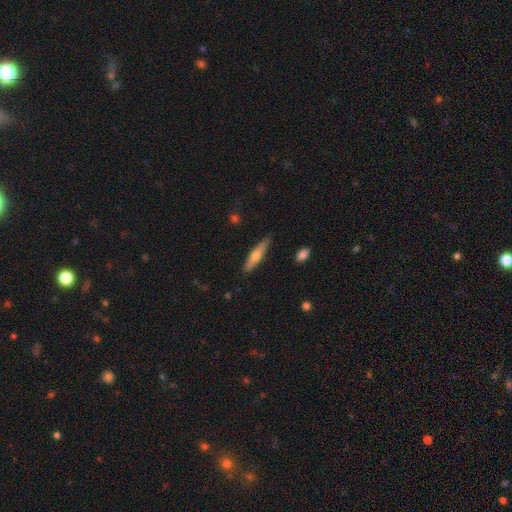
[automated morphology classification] Q: Smooth or featured?
A: smooth (52%); runner-up: featured or disk (42%)
Q: How rounded?
A: cigar-shaped (83%); runner-up: in between (15%)
Q: Merging?
A: none (87%); runner-up: minor disturbance (10%)